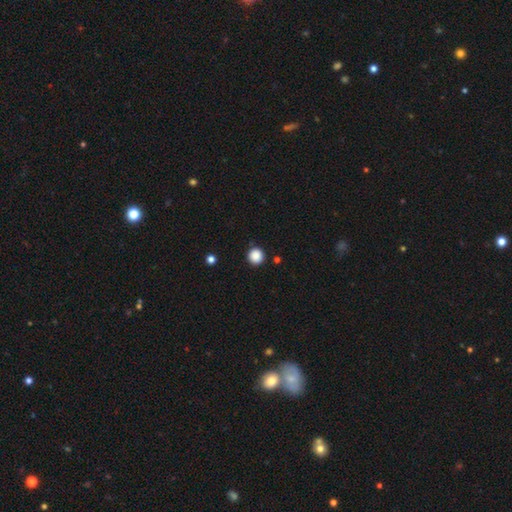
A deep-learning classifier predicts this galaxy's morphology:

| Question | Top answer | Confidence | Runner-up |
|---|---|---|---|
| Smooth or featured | smooth | 88% | star or artifact (10%) |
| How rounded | round | 95% | in between (4%) |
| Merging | none | 90% | minor disturbance (6%) |